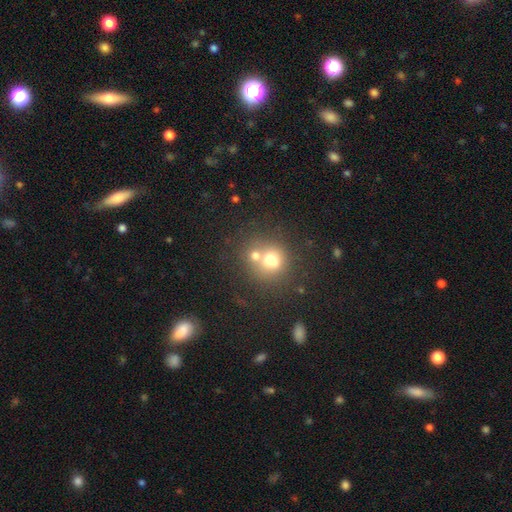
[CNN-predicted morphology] The model was most divided on "merging": merger: 49%, none: 38%, minor disturbance: 8%, major disturbance: 5%. More confident: how rounded — round (77%); smooth or featured — smooth (66%).